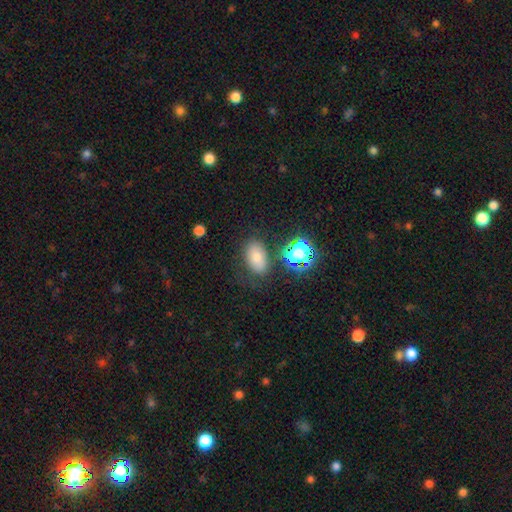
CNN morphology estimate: Overall: smooth (68%). How rounded: in between (85%). Merging: none (75%).